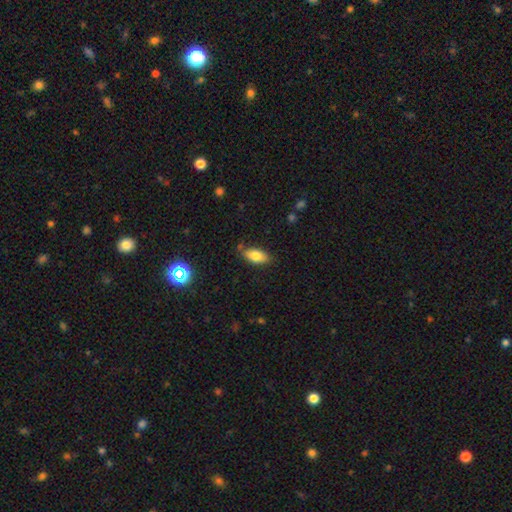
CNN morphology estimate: Smooth or featured? smooth (77%)
How rounded? in between (87%)
Merging? none (79%)